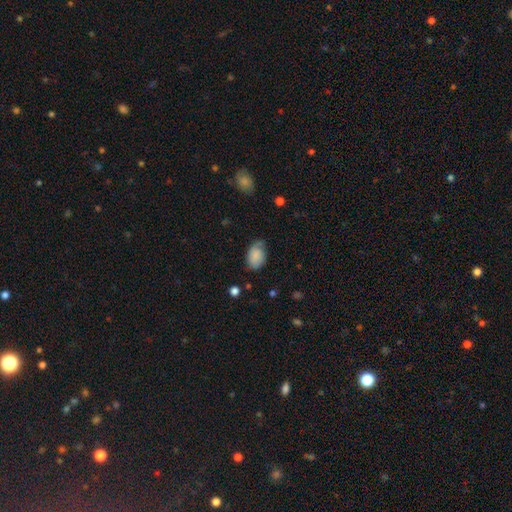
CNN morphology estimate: This is likely a smooth galaxy (79%). How rounded: clearly in between (85%). Merging: possibly none (53%).